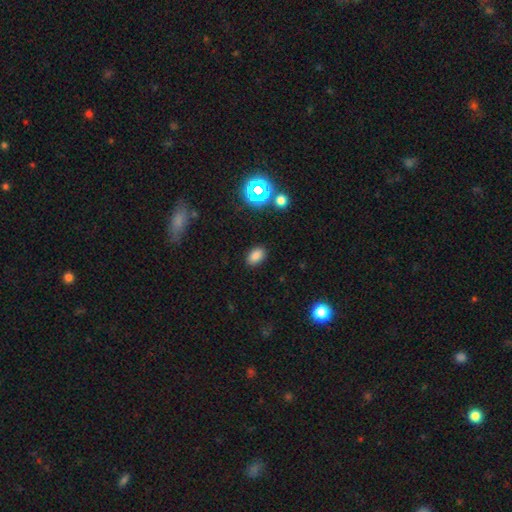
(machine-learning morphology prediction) A smooth galaxy with no disk features (79%) that is in between round and cigar-shaped (83%).

Vote fractions:
- Smooth or featured? smooth: 79% / star or artifact: 16% / featured or disk: 5%
- How rounded? in between: 83% / round: 16% / cigar-shaped: 1%
- Merging? none: 87% / minor disturbance: 9% / major disturbance: 3% / merger: 1%